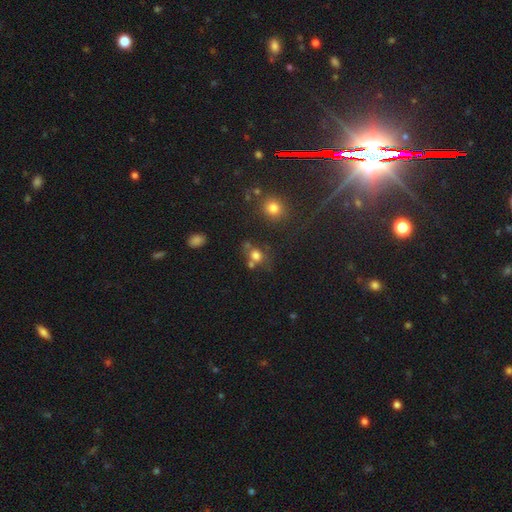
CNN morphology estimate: This is likely a smooth galaxy (72%). How rounded: likely round (62%). Merging: possibly none (50%).